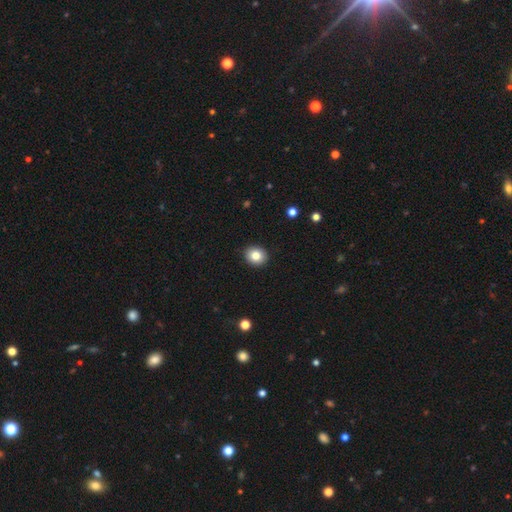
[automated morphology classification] Q: Smooth or featured?
A: smooth (83%); runner-up: star or artifact (9%)
Q: How rounded?
A: round (67%); runner-up: in between (32%)
Q: Merging?
A: none (91%); runner-up: minor disturbance (6%)